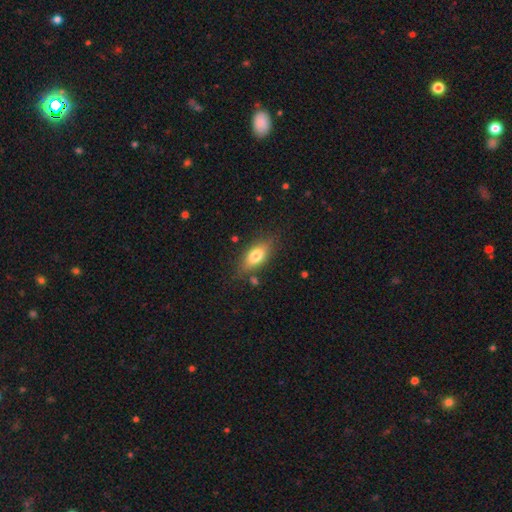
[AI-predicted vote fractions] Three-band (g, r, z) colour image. It shows a smooth galaxy with no disk features (72%) that is in between round and cigar-shaped (80%). Merging: none (78%).